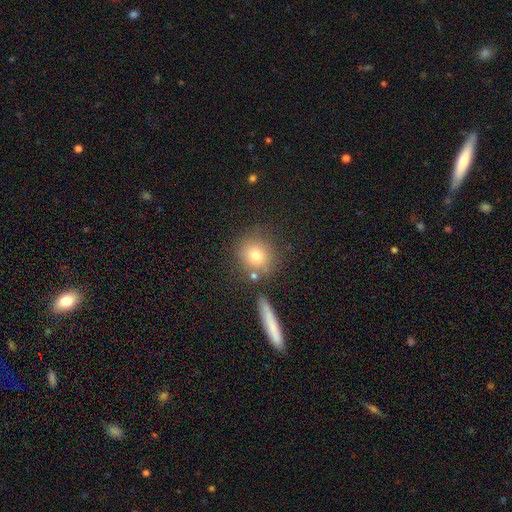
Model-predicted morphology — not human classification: This appears to be a smooth galaxy with no disk features (76%) that is round (87%). Merging: none (75%).